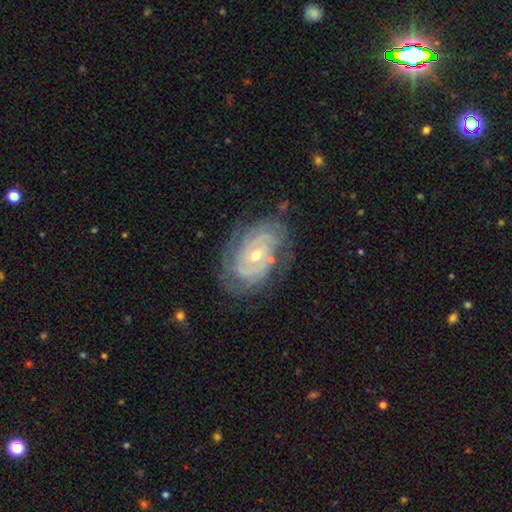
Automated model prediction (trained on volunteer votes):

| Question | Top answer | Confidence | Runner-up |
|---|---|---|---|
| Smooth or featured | featured or disk | 87% | smooth (7%) |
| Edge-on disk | no | 96% | yes (4%) |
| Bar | no | 63% | weak (29%) |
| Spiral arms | yes | 96% | no (4%) |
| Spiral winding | tight | 74% | medium (21%) |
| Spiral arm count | can't tell | 31% | 2 (25%) |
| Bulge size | small | 55% | moderate (42%) |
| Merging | none | 74% | minor disturbance (18%) |